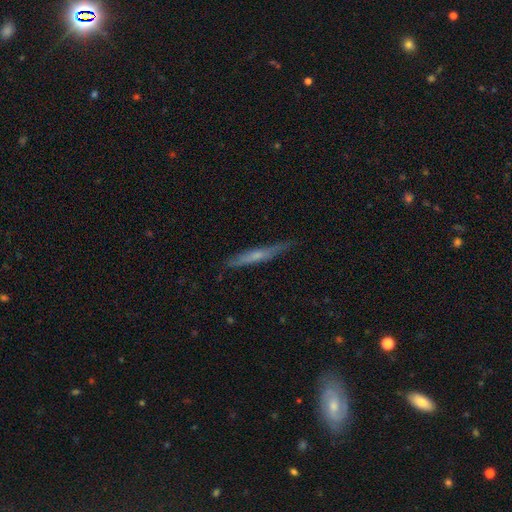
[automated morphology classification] This appears to be a featured or disk galaxy (53%) viewed edge-on (93%). Merging: none (81%).